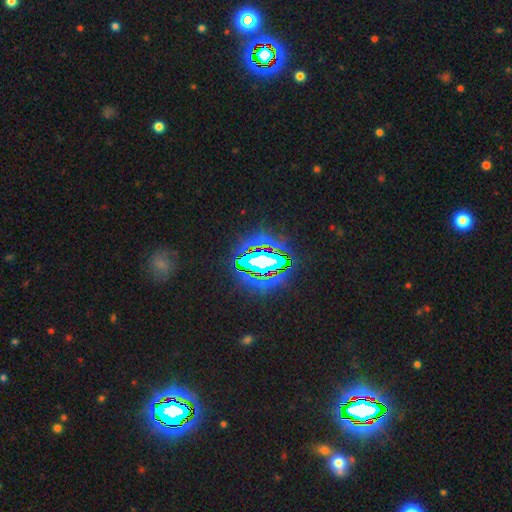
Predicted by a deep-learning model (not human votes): Q: Smooth or featured?
A: star or artifact (70%); runner-up: featured or disk (15%)